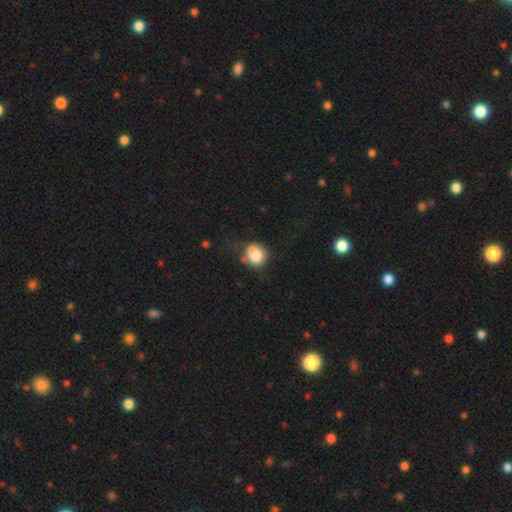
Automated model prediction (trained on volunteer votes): Smooth or featured? smooth (73%)
How rounded? round (80%)
Merging? none (42%)